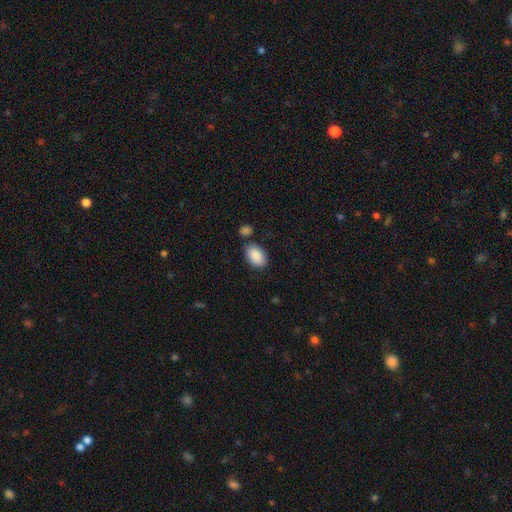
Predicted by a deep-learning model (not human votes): smooth_or_featured: smooth (p=0.90) [alt: star or artifact p=0.06]
how_rounded: in between (p=0.91) [alt: round p=0.07]
merging: none (p=0.75) [alt: minor disturbance p=0.14]